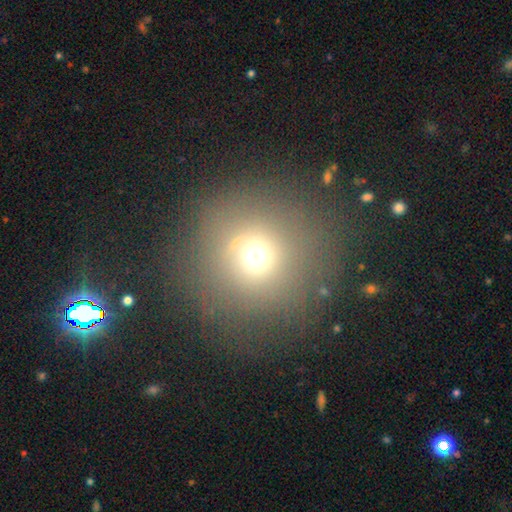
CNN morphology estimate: A smooth galaxy with no disk features (65%) that is round (94%). Merging: none (80%).